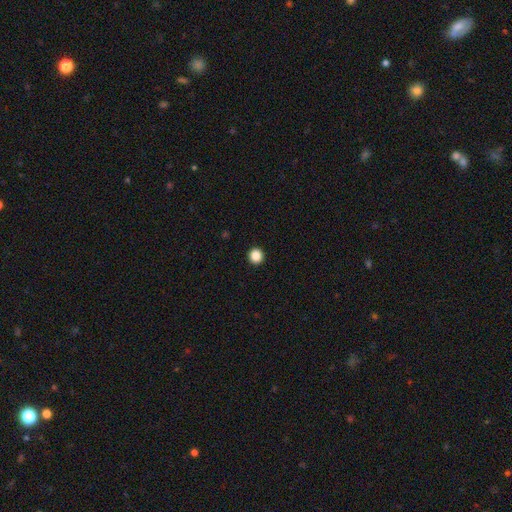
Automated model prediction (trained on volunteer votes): smooth 87%, star or artifact 10%, featured or disk 3%. Down the decision tree: how rounded — round (95%); merging — none (94%).